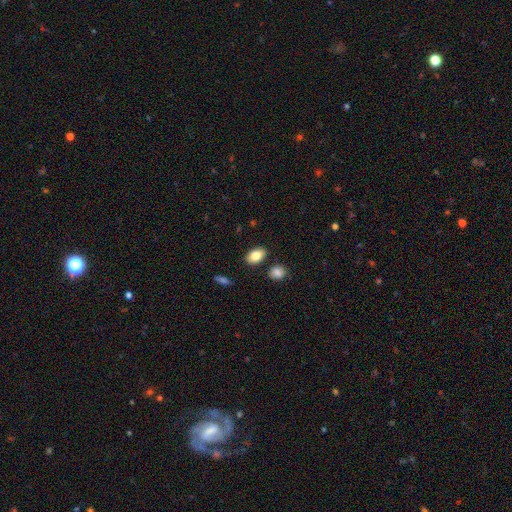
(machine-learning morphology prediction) smooth 83%, featured or disk 10%, star or artifact 7%. Down the decision tree: how rounded — in between (88%); merging — none (84%).